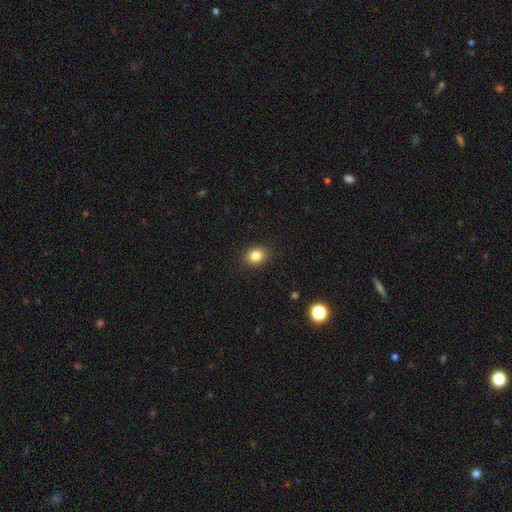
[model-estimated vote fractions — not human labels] smooth_or_featured: smooth (p=0.84) [alt: star or artifact p=0.10]
how_rounded: in between (p=0.51) [alt: round p=0.48]
merging: none (p=0.88) [alt: minor disturbance p=0.08]